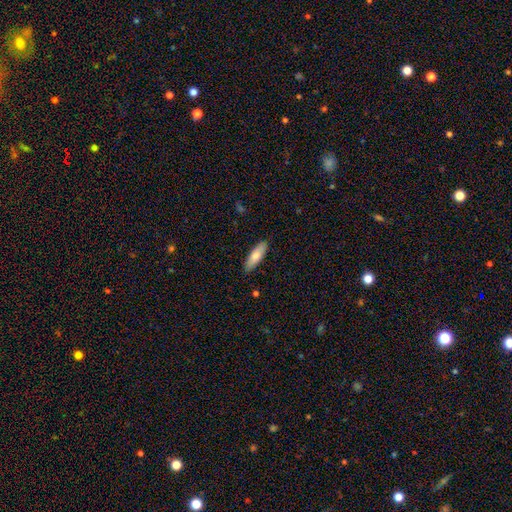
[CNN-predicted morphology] The model was most divided on "how rounded": cigar-shaped: 50%, in between: 48%, round: 2%. More confident: merging — none (88%); smooth or featured — smooth (77%).